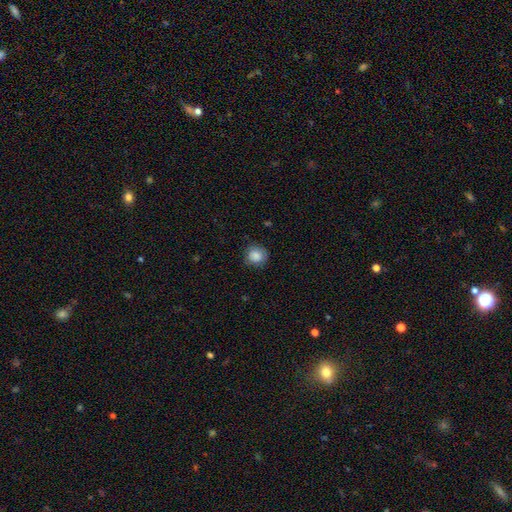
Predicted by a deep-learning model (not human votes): A smooth galaxy with no disk features (83%) that is round (85%). Merging: none (78%).